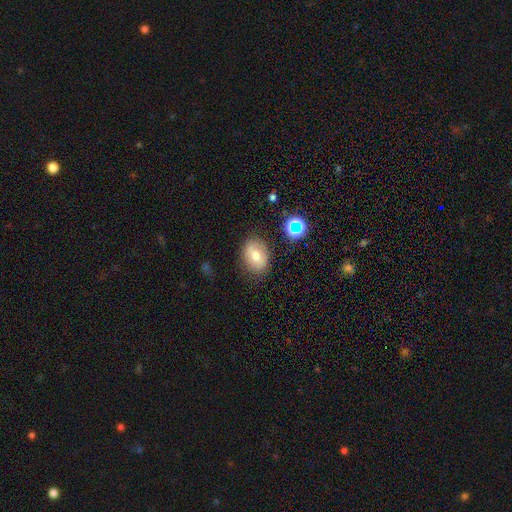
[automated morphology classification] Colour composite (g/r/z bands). It shows a smooth galaxy with no disk features (68%) that is in between round and cigar-shaped (70%). Merging: none (81%).